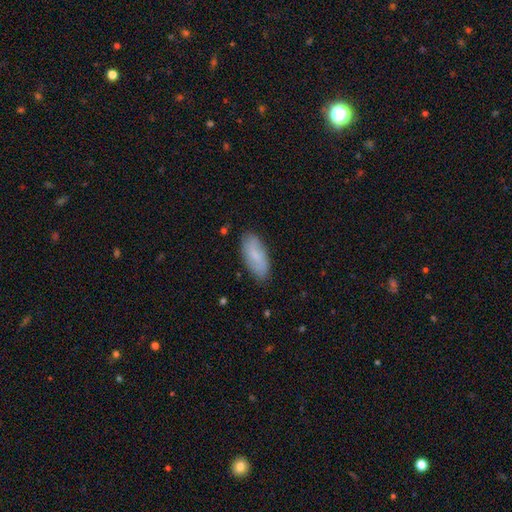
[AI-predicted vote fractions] A smooth galaxy with no disk features (72%) that is in between round and cigar-shaped (84%).

Vote fractions:
- Smooth or featured? smooth: 72% / featured or disk: 22% / star or artifact: 6%
- How rounded? in between: 84% / cigar-shaped: 14% / round: 2%
- Merging? none: 83% / minor disturbance: 13% / major disturbance: 2% / merger: 1%